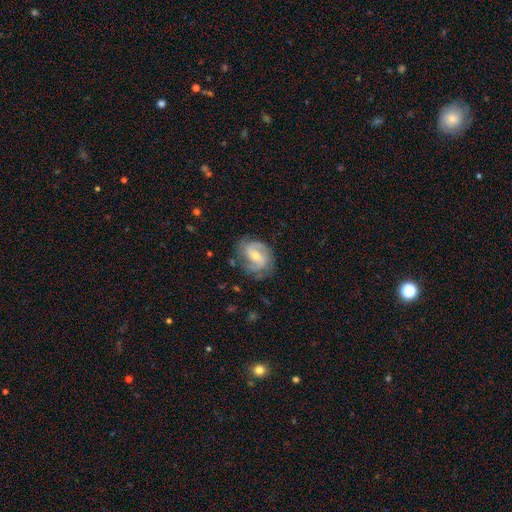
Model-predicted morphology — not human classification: smooth_or_featured: featured or disk (p=0.79) [alt: smooth p=0.15]
disk_edge_on: no (p=0.97) [alt: yes p=0.03]
bar: weak (p=0.48) [alt: no p=0.33]
has_spiral_arms: yes (p=0.94) [alt: no p=0.06]
spiral_winding: medium (p=0.46) [alt: tight p=0.34]
spiral_arm_count: 2 (p=0.67) [alt: can't tell p=0.13]
bulge_size: small (p=0.49) [alt: moderate p=0.47]
merging: none (p=0.70) [alt: minor disturbance p=0.20]